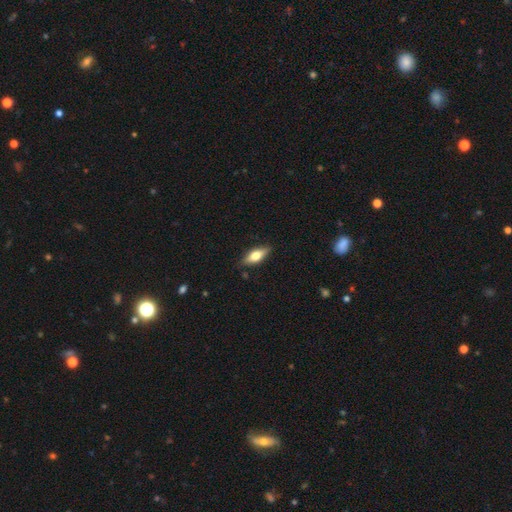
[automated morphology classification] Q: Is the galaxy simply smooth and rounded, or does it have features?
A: smooth — 56%.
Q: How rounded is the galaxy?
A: in between — 66%.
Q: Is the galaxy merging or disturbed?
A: none — 85%.